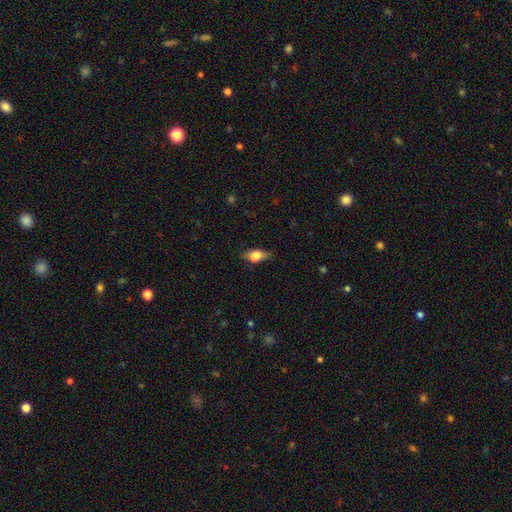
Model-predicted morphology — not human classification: Smooth or featured? Predicted: smooth (p=0.75). How rounded? Predicted: in between (p=0.82). Merging? Predicted: none (p=0.61).